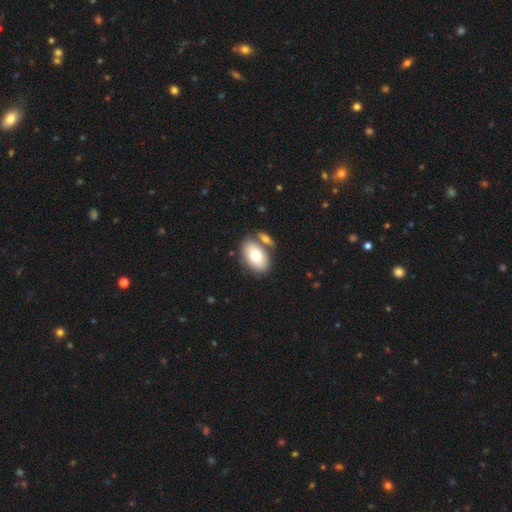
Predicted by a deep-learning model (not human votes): Smooth or featured? smooth (74%)
How rounded? in between (90%)
Merging? none (61%)